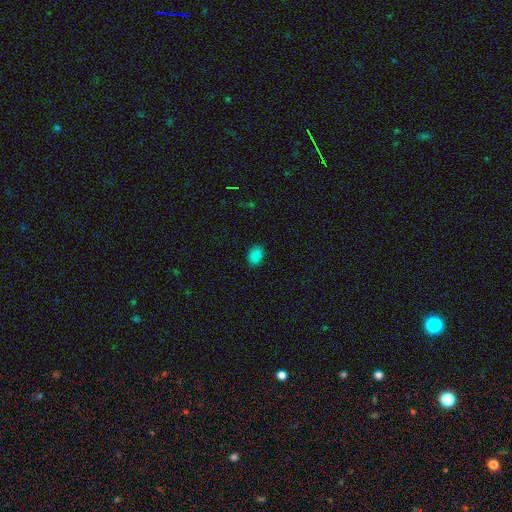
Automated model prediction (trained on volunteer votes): Smooth or featured? Predicted: smooth (p=0.84). How rounded? Predicted: in between (p=0.69). Merging? Predicted: none (p=0.84).